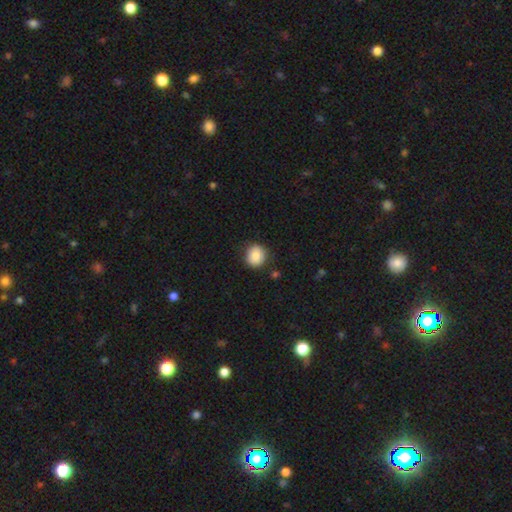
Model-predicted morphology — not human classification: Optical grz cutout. It shows a smooth galaxy with no disk features (85%) that is round (86%). Merging: none (83%).